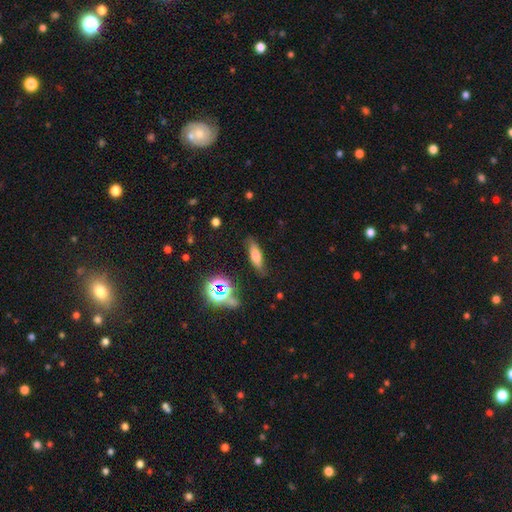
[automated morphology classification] A smooth galaxy with no disk features (62%) that is in between round and cigar-shaped (49%). Merging: none (75%).